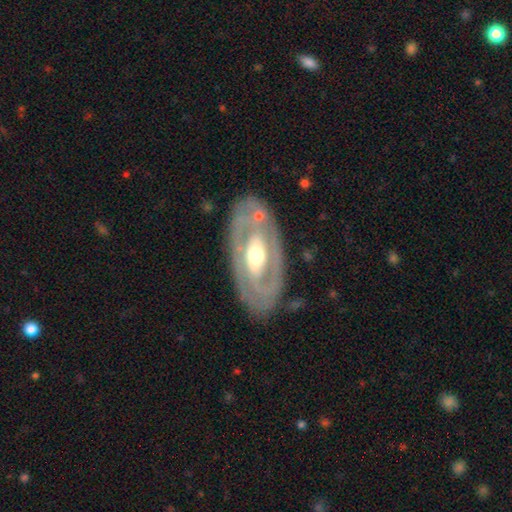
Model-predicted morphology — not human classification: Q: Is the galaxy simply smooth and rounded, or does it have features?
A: featured or disk — 80%.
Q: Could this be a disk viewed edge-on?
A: no — 90%.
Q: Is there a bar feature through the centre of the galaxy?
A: no — 48%.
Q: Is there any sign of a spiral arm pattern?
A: yes — 59%.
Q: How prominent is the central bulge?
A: moderate — 69%.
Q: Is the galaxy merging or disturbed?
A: none — 81%.